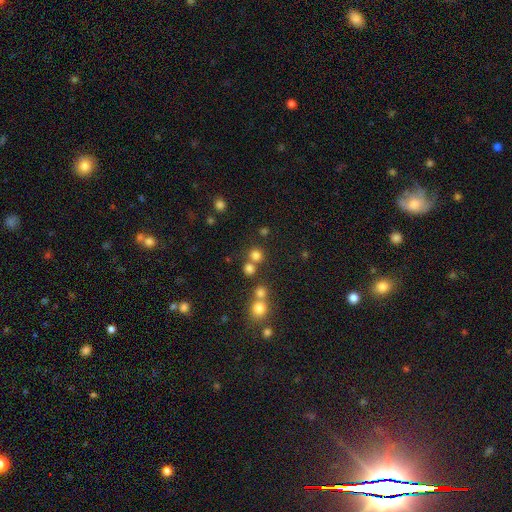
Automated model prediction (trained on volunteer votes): Q: Smooth or featured?
A: smooth (75%); runner-up: star or artifact (18%)
Q: How rounded?
A: round (90%); runner-up: in between (9%)
Q: Merging?
A: none (68%); runner-up: merger (22%)